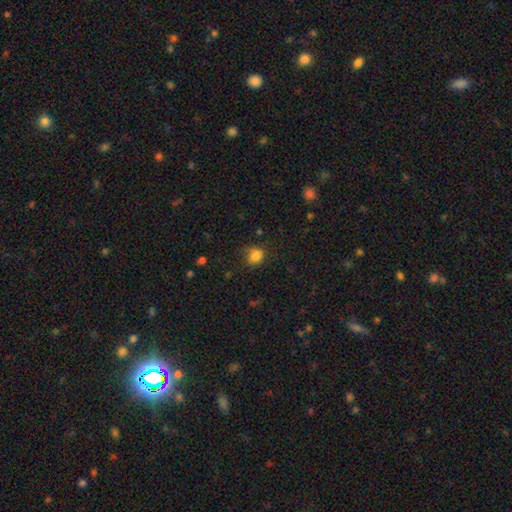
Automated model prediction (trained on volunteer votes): smooth_or_featured: smooth (p=0.80) [alt: star or artifact p=0.13]
how_rounded: round (p=0.50) [alt: in between p=0.48]
merging: none (p=0.59) [alt: minor disturbance p=0.25]